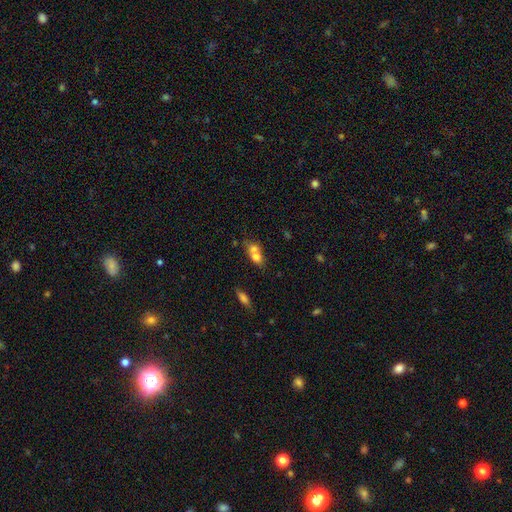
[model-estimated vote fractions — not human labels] Smooth or featured? smooth (68%)
How rounded? in between (54%)
Merging? merger (65%)